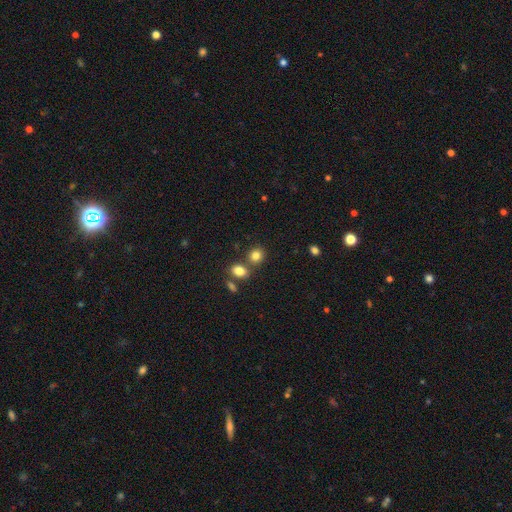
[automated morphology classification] The model was most divided on "how rounded": round: 68%, in between: 31%, cigar-shaped: 1%. More confident: smooth or featured — smooth (82%); merging — none (65%).